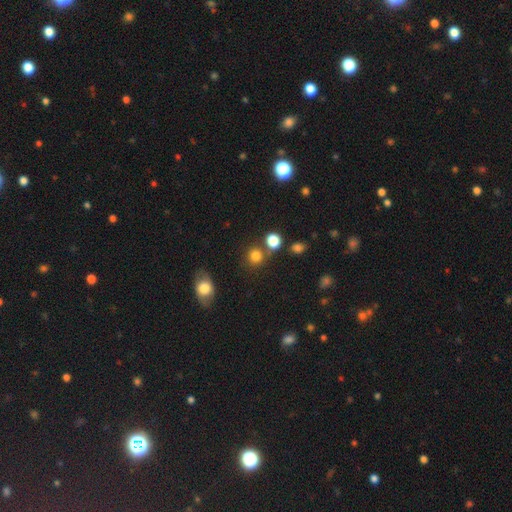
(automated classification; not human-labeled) Overall: smooth (80%). How rounded: round (86%). Merging: none (73%).